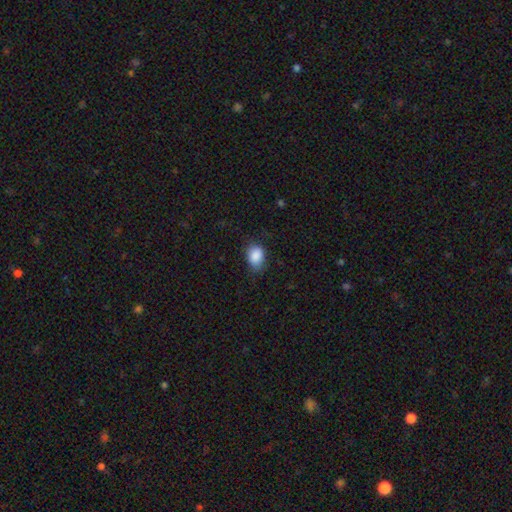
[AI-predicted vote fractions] Overall: smooth (88%). How rounded: in between (72%). Merging: none (70%).